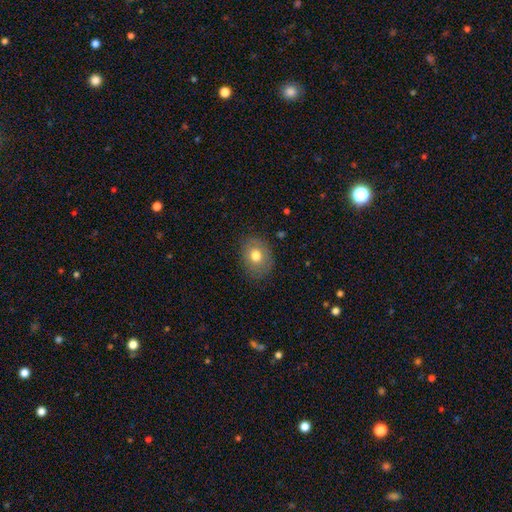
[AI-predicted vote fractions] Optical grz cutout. It shows a smooth galaxy with no disk features (74%) that is in between round and cigar-shaped (54%). Merging: none (81%).